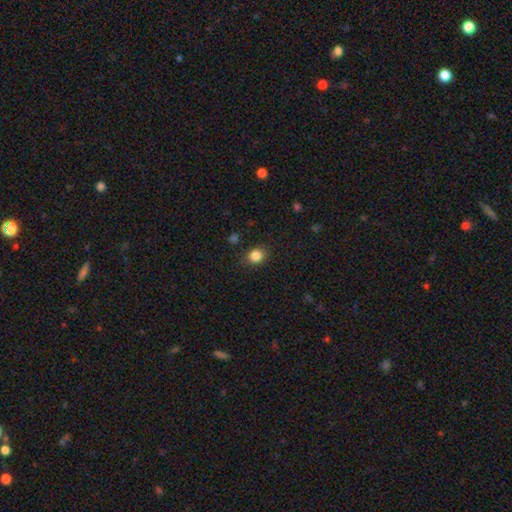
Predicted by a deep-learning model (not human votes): Overall: smooth (84%). How rounded: round (67%; in between 32%). Merging: none (85%).